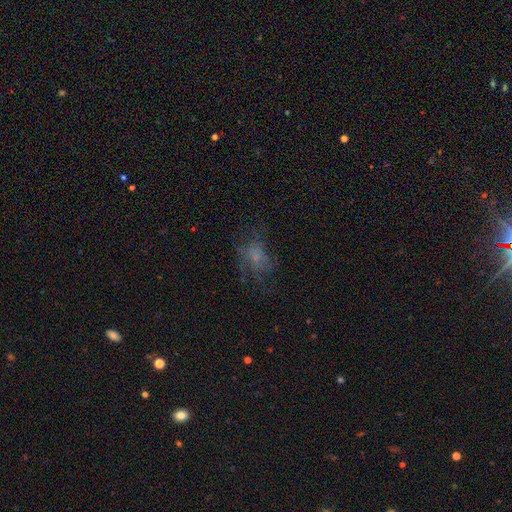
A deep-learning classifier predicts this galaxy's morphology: A smooth galaxy with no disk features (44%).

Vote fractions:
- Smooth or featured? smooth: 44% / featured or disk: 36% / star or artifact: 20%
- Merging? none: 51% / major disturbance: 28% / minor disturbance: 20% / merger: 2%